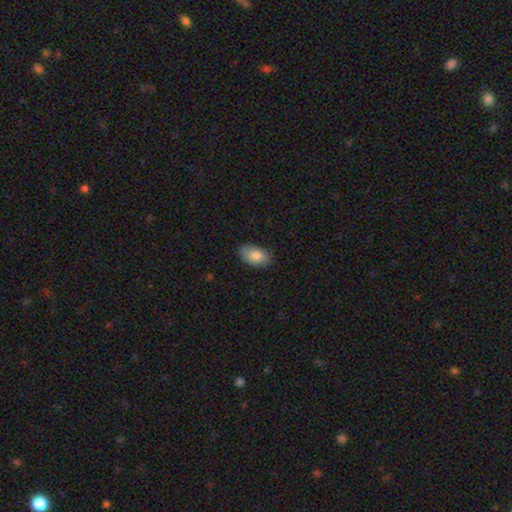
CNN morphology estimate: Smooth or featured: smooth — 81% (featured or disk — 12%)
How rounded: in between — 91% (round — 7%)
Merging: none — 83% (minor disturbance — 14%)